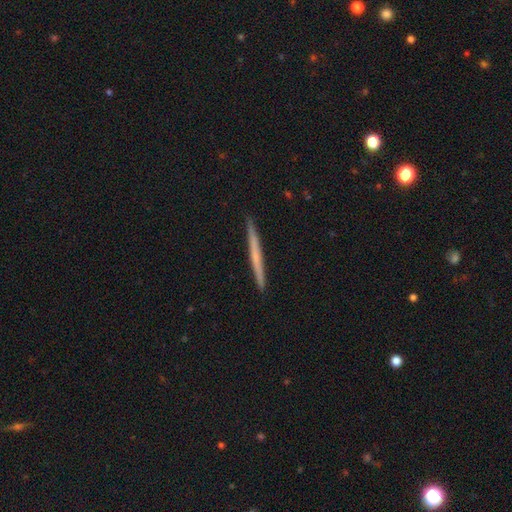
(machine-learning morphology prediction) smooth_or_featured: featured or disk (p=0.51) [alt: smooth p=0.43]
disk_edge_on: yes (p=0.98) [alt: no p=0.02]
merging: none (p=0.93) [alt: minor disturbance p=0.05]